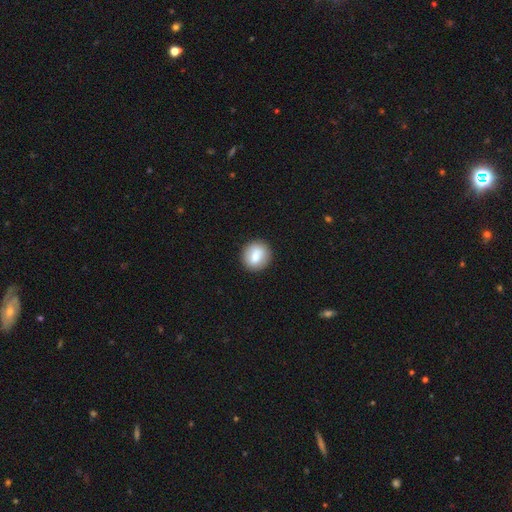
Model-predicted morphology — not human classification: This appears to be a smooth galaxy with no disk features (76%) that is round (84%). Merging: none (88%).